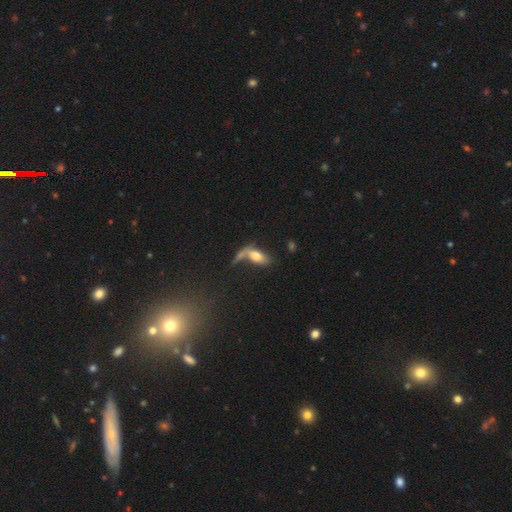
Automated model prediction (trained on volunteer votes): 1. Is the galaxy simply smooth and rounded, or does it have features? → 67% smooth, 24% featured or disk, 10% star or artifact.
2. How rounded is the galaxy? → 80% in between, 15% cigar-shaped, 5% round.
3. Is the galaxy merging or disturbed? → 34% none, 32% merger, 20% major disturbance, 15% minor disturbance.